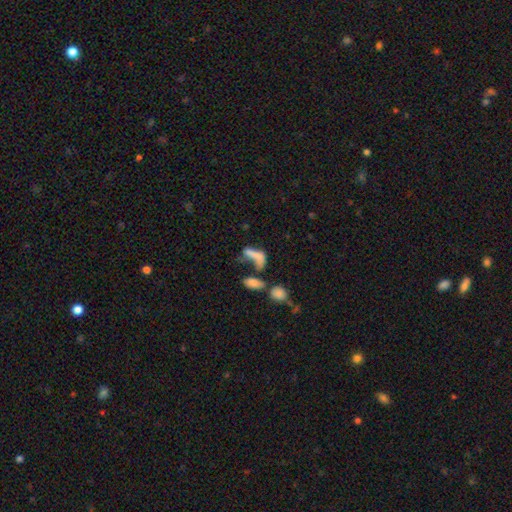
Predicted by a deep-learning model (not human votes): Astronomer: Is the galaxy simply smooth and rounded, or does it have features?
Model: smooth — 62%.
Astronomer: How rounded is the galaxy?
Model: in between — 64%.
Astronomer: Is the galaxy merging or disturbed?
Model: merger — 43% (runner-up: major disturbance, 26%).